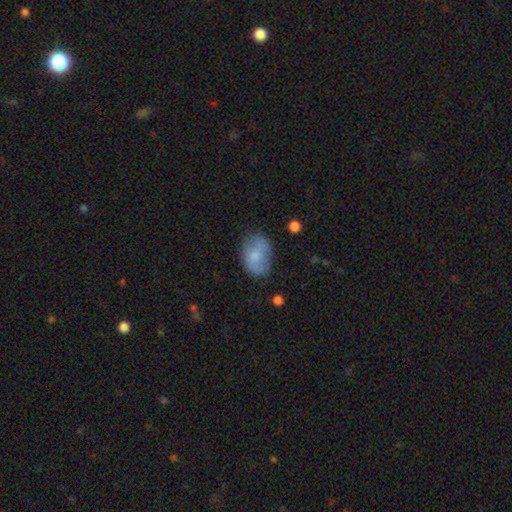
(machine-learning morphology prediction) smooth-or-featured: smooth: 72% | featured or disk: 20% | star or artifact: 8%
  how-rounded: in between: 80% | round: 18% | cigar-shaped: 1%
  merging: none: 62% | minor disturbance: 27% | major disturbance: 9% | merger: 2%